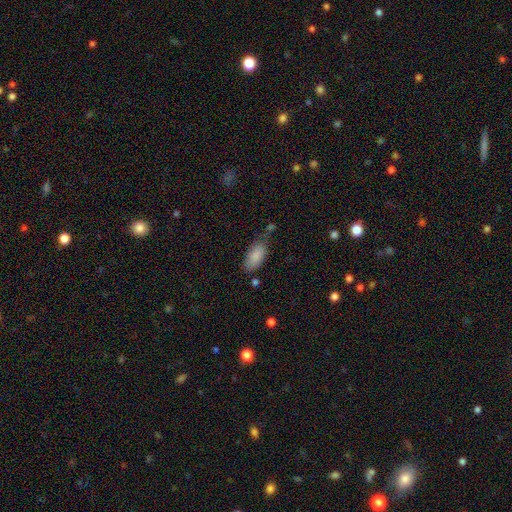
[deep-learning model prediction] Overall: smooth (87%). How rounded: in between (90%). Merging: none (62%; minor disturbance 24%).